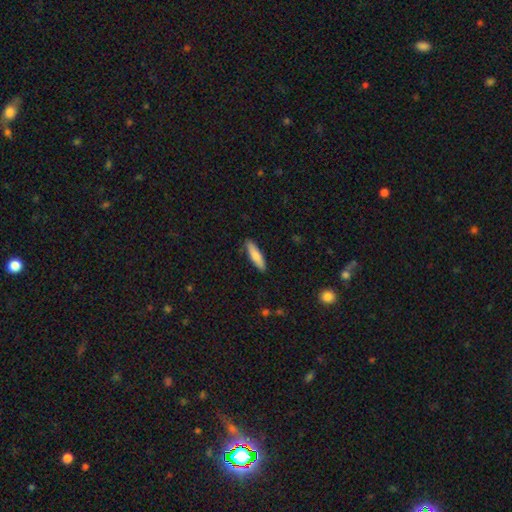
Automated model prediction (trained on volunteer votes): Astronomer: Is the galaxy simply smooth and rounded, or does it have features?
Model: smooth — 80%.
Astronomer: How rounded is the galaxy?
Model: cigar-shaped — 70%.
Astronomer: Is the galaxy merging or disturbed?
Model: none — 86%.